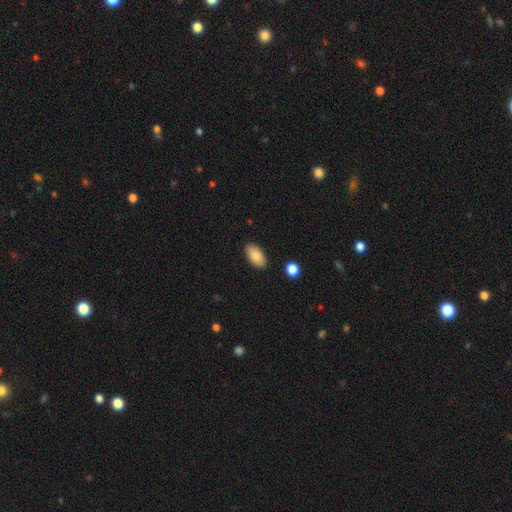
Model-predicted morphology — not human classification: The model was most divided on "smooth or featured": smooth: 84%, featured or disk: 9%, star or artifact: 7%. More confident: how rounded — in between (94%); merging — none (88%).